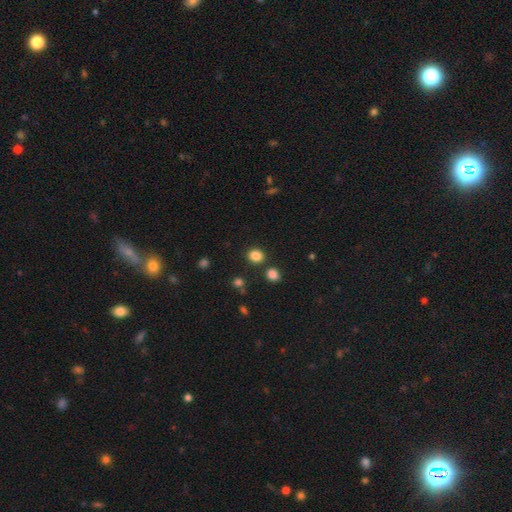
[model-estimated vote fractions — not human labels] Smooth or featured: smooth — 85% (star or artifact — 11%)
How rounded: round — 62% (in between — 37%)
Merging: none — 82% (minor disturbance — 8%)